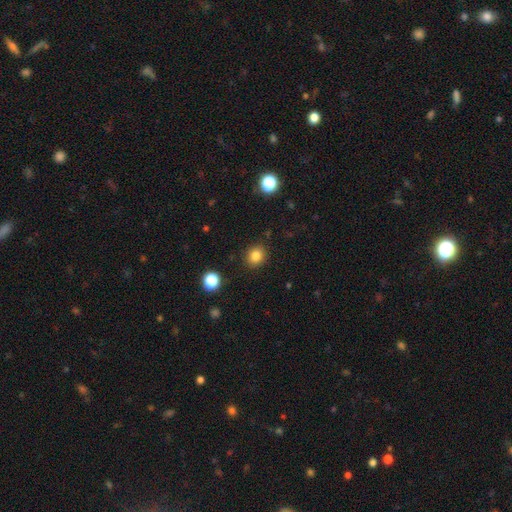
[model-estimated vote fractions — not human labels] smooth 83%, star or artifact 12%, featured or disk 5%. Down the decision tree: how rounded — round (76%); merging — none (89%).